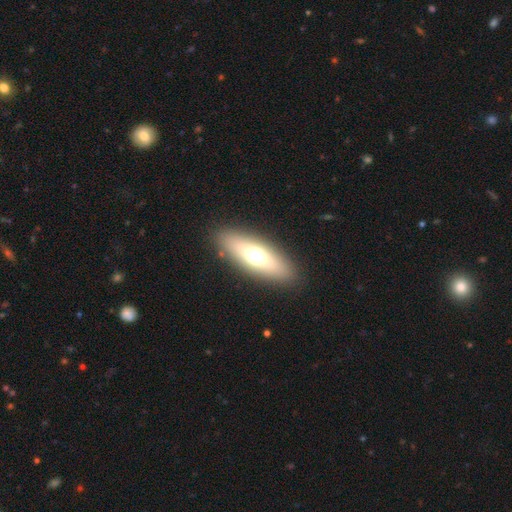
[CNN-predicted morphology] Smooth or featured? Predicted: smooth (p=0.60). How rounded? Predicted: in between (p=0.58). Merging? Predicted: none (p=0.88).